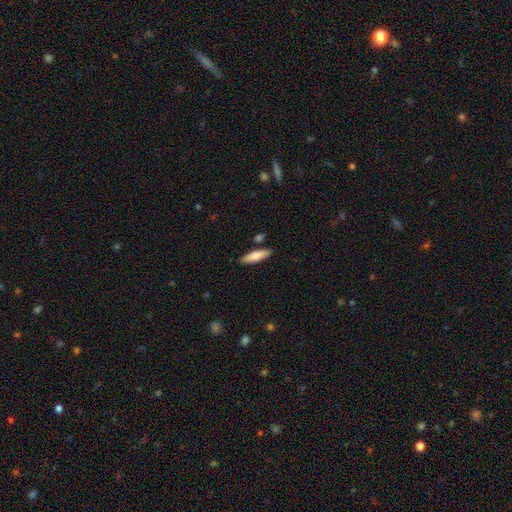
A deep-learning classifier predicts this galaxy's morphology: Smooth or featured: smooth — 73% (featured or disk — 21%)
How rounded: cigar-shaped — 67% (in between — 31%)
Merging: none — 85% (minor disturbance — 9%)